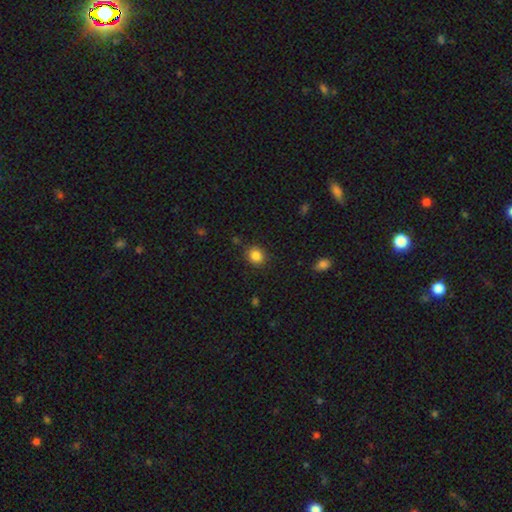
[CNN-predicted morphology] Overall: smooth (85%). How rounded: round (76%). Merging: none (87%).